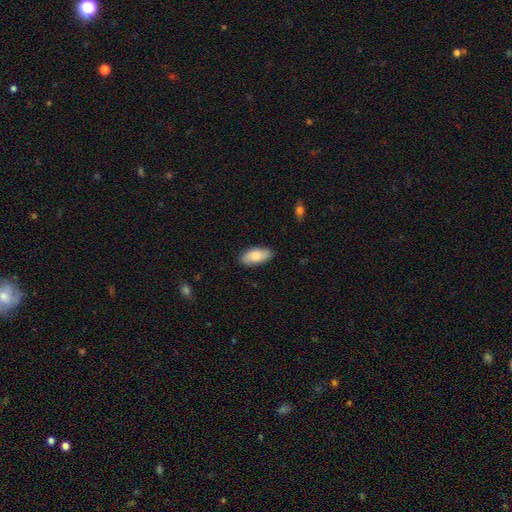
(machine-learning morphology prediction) Smooth or featured?
  - smooth: 79% *
  - featured or disk: 15%
  - star or artifact: 6%
How rounded?
  - in between: 91% *
  - cigar-shaped: 6%
  - round: 2%
Merging?
  - none: 85% *
  - minor disturbance: 12%
  - major disturbance: 2%
  - merger: 1%